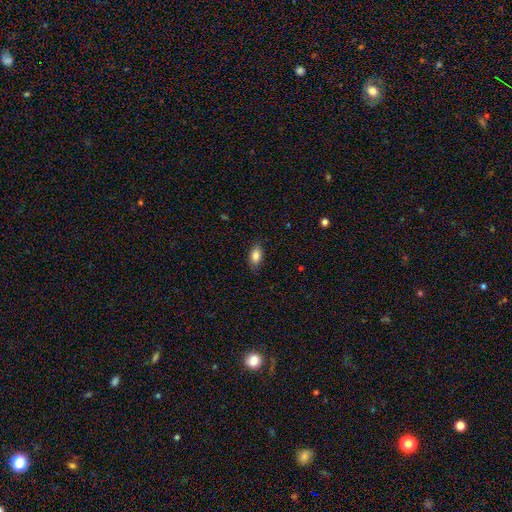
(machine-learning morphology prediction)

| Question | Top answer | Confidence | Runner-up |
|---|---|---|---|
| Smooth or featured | smooth | 84% | featured or disk (9%) |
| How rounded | in between | 89% | round (6%) |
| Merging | none | 83% | minor disturbance (13%) |